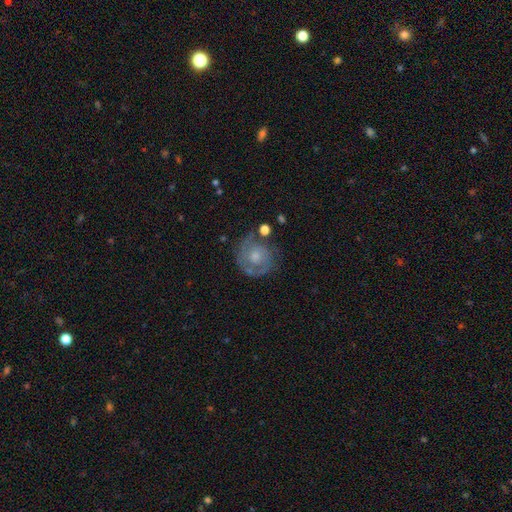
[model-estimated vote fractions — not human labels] Smooth or featured: featured or disk — 68% (smooth — 25%)
Edge-on disk: no — 98% (yes — 2%)
Bar: no — 77% (weak — 20%)
Spiral arms: yes — 82% (no — 18%)
Spiral winding: tight — 60% (medium — 29%)
Spiral arm count: 2 — 44% (can't tell — 26%)
Bulge size: moderate — 45% (small — 42%)
Merging: none — 66% (minor disturbance — 19%)